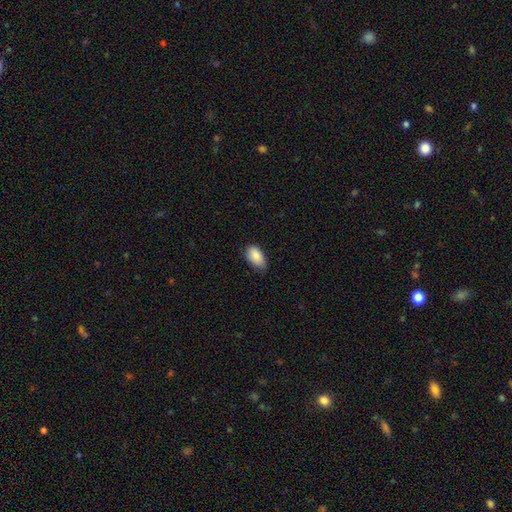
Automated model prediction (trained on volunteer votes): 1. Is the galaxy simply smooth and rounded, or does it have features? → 88% smooth, 7% star or artifact, 6% featured or disk.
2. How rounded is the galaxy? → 93% in between, 4% round, 2% cigar-shaped.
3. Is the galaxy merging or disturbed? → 65% none, 30% minor disturbance, 4% major disturbance, 1% merger.